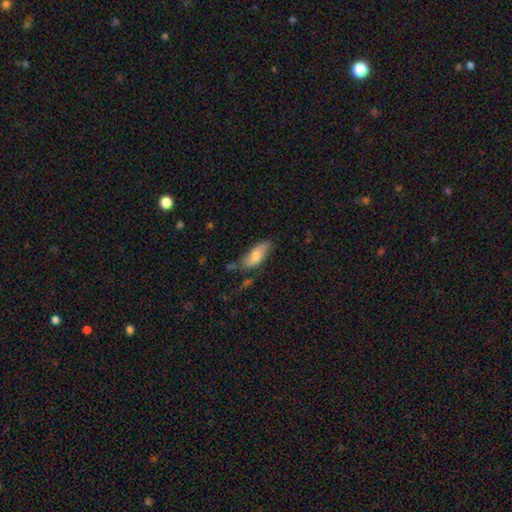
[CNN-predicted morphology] This is likely a smooth galaxy (65%). How rounded: likely in between (76%). Merging: likely none (64%).